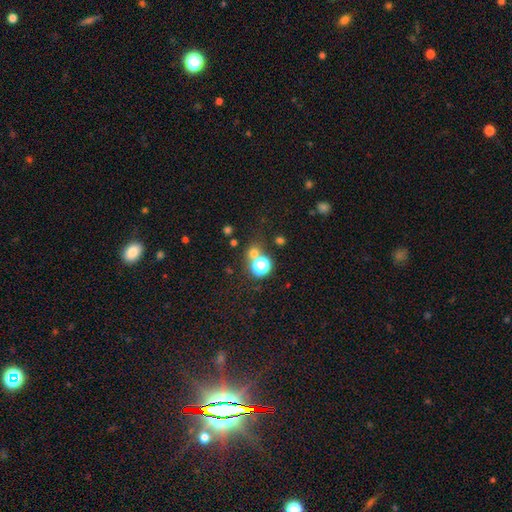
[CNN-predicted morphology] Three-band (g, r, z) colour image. It shows a star or artifact, not a galaxy (62%).